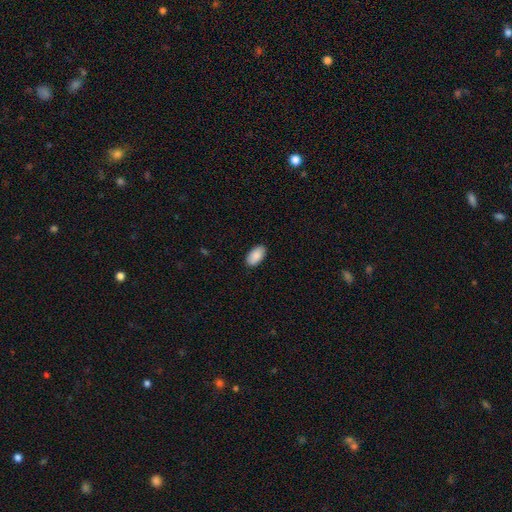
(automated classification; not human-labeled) Smooth or featured? smooth (90%)
How rounded? in between (95%)
Merging? none (89%)